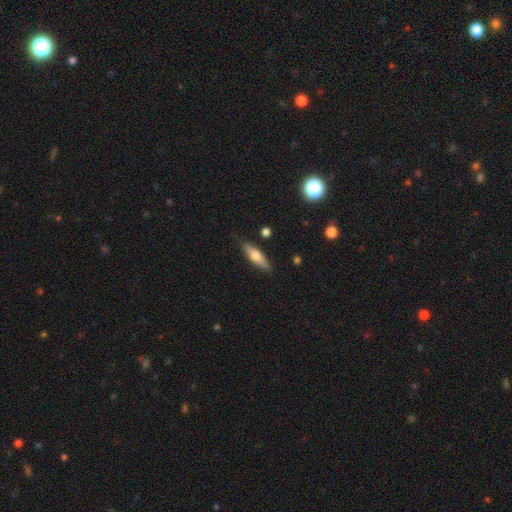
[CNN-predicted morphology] This appears to be a smooth galaxy with no disk features (63%) that is cigar-shaped (60%). Merging: none (83%).